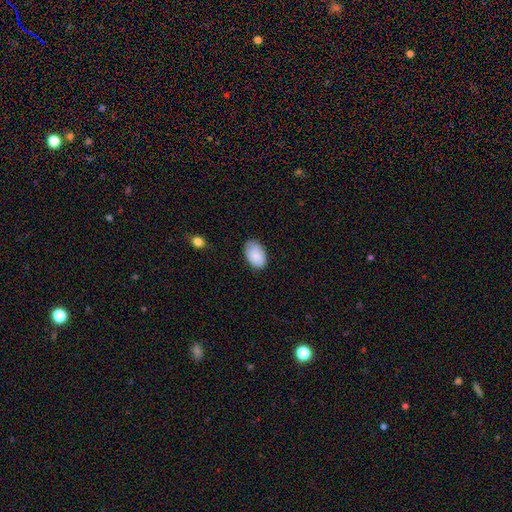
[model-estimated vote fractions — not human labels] Smooth or featured?
  - smooth: 88% *
  - star or artifact: 6%
  - featured or disk: 5%
How rounded?
  - in between: 92% *
  - round: 6%
  - cigar-shaped: 1%
Merging?
  - none: 78% *
  - minor disturbance: 17%
  - major disturbance: 3%
  - merger: 1%